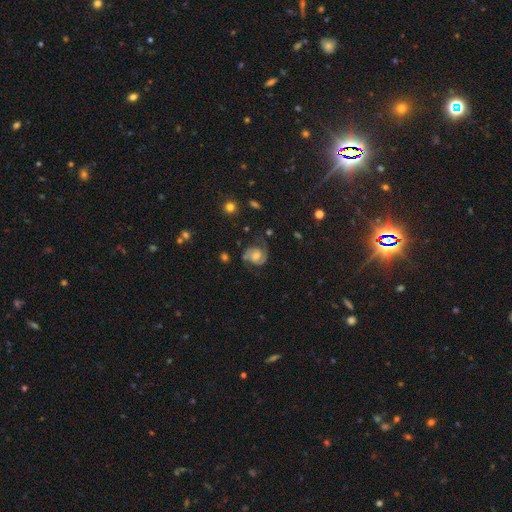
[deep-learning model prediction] Overall: featured or disk (78%). Edge-on disk: no (98%). Bar: no (56%; weak 36%). Spiral arms: yes (95%). Spiral arm count: 2 (85%). Spiral winding: medium (49%; tight 35%). Bulge size: moderate (57%; small 28%). Merging: none (65%).